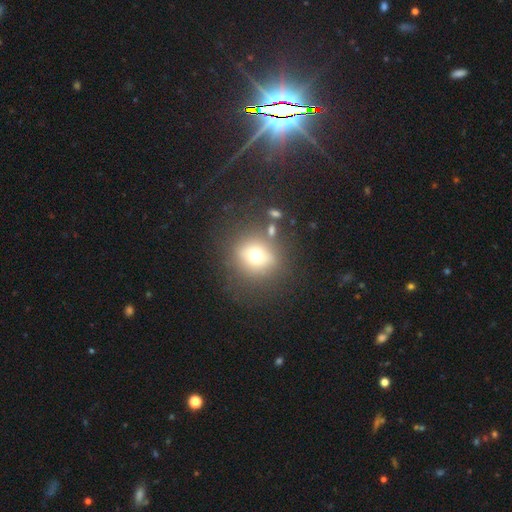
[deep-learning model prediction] Morphology: type=smooth (66%); roundness=round (84%); merging=none (74%).